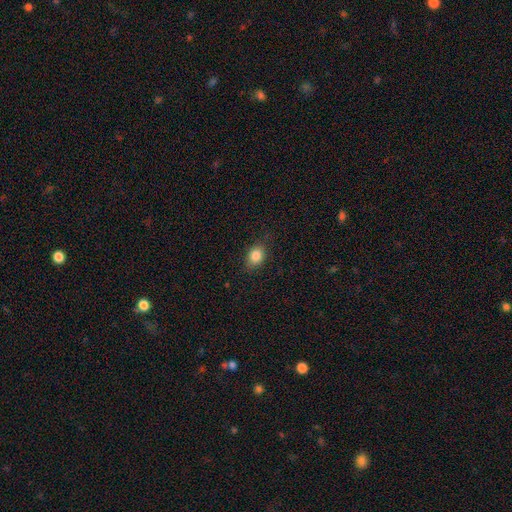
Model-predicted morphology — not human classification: smooth-or-featured: smooth: 84% | star or artifact: 10% | featured or disk: 6%
  how-rounded: in between: 64% | round: 34% | cigar-shaped: 2%
  merging: none: 81% | minor disturbance: 14% | major disturbance: 3% | merger: 1%